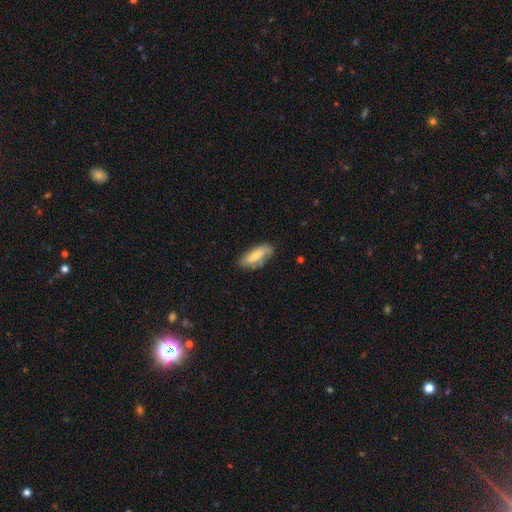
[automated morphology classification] smooth 70%, featured or disk 24%, star or artifact 6%. Down the decision tree: how rounded — in between (65%); merging — none (71%).